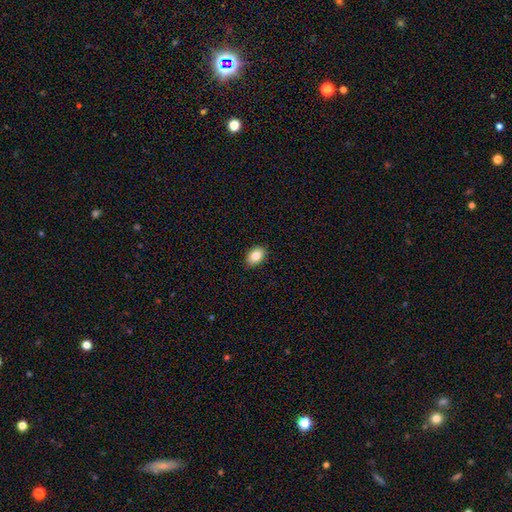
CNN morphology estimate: type=smooth (85%); roundness=in between (85%); merging=none (89%).